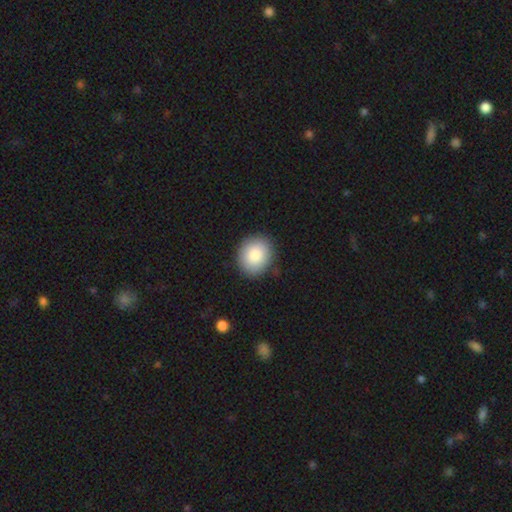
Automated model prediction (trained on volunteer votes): This is clearly a smooth galaxy (85%). How rounded: likely round (71%). Merging: clearly none (88%).